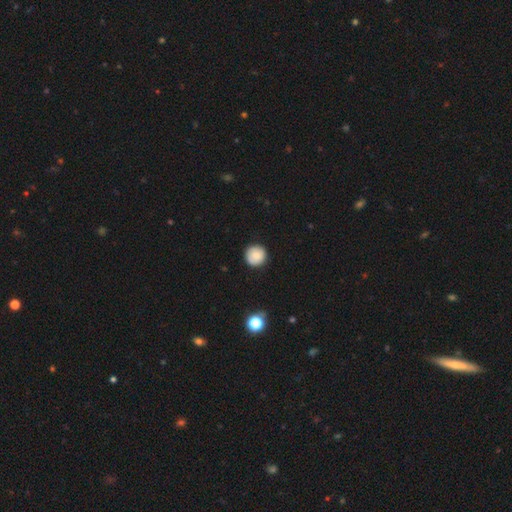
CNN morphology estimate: The model was most divided on "smooth or featured": smooth: 86%, star or artifact: 8%, featured or disk: 6%. More confident: how rounded — round (95%); merging — none (89%).